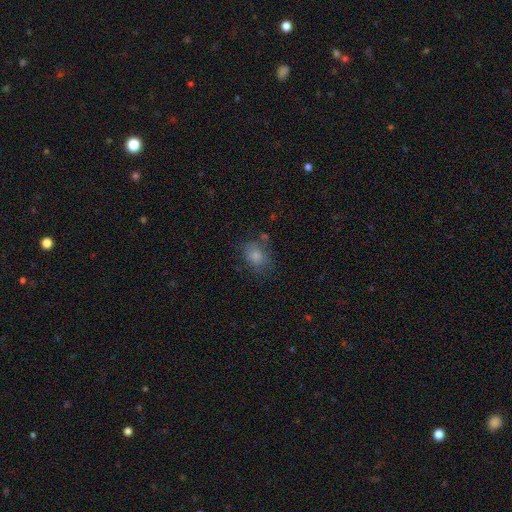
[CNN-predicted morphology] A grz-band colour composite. It shows a smooth galaxy with no disk features (79%) that is in between round and cigar-shaped (67%). Merging: none (60%).